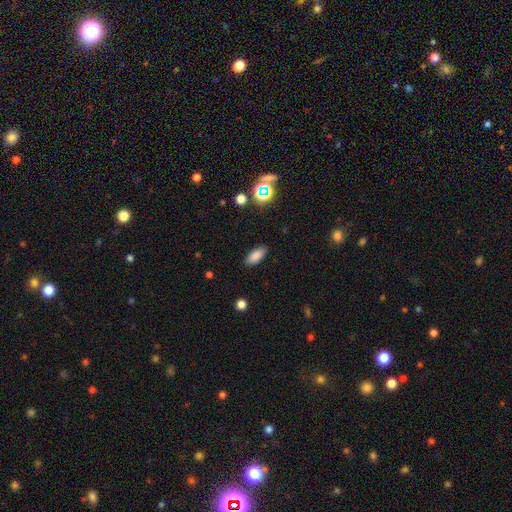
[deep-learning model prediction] Morphology: type=smooth (84%); roundness=in between (86%); merging=none (88%).